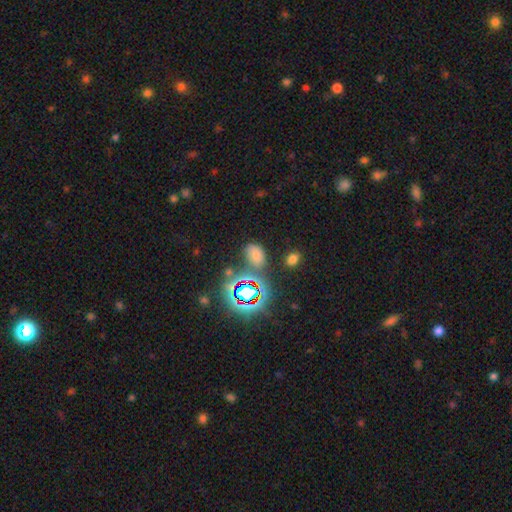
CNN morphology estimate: smooth_or_featured: smooth (p=0.57) [alt: star or artifact p=0.35]
how_rounded: in between (p=0.81) [alt: round p=0.17]
merging: none (p=0.69) [alt: minor disturbance p=0.17]